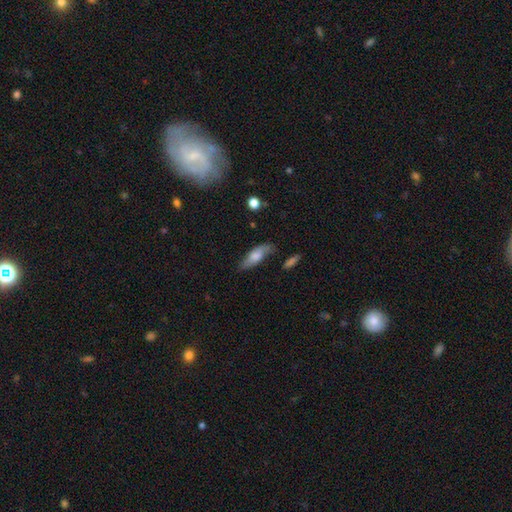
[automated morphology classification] Q: Smooth or featured?
A: smooth (66%); runner-up: featured or disk (27%)
Q: How rounded?
A: in between (63%); runner-up: cigar-shaped (34%)
Q: Merging?
A: none (65%); runner-up: minor disturbance (25%)